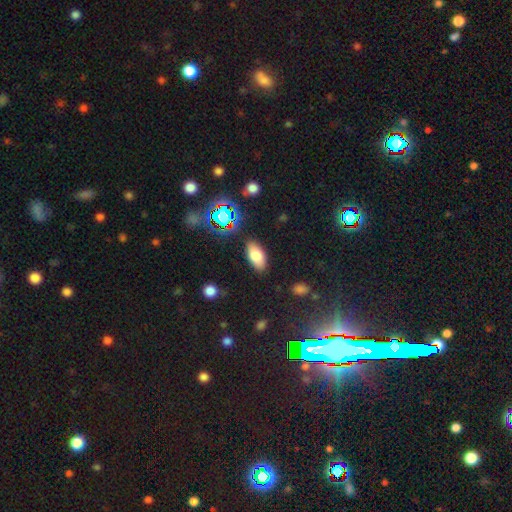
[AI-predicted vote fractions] Smooth or featured?
  - smooth: 76% *
  - featured or disk: 12%
  - star or artifact: 12%
How rounded?
  - in between: 90% *
  - cigar-shaped: 6%
  - round: 4%
Merging?
  - none: 84% *
  - minor disturbance: 11%
  - major disturbance: 3%
  - merger: 2%